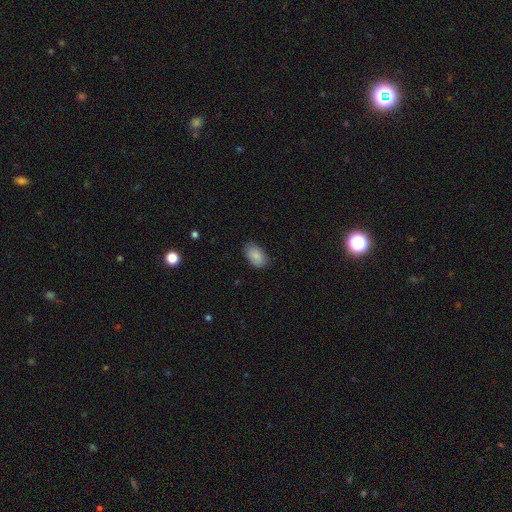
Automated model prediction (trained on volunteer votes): Morphology: type=smooth (86%); roundness=in between (93%); merging=none (82%).